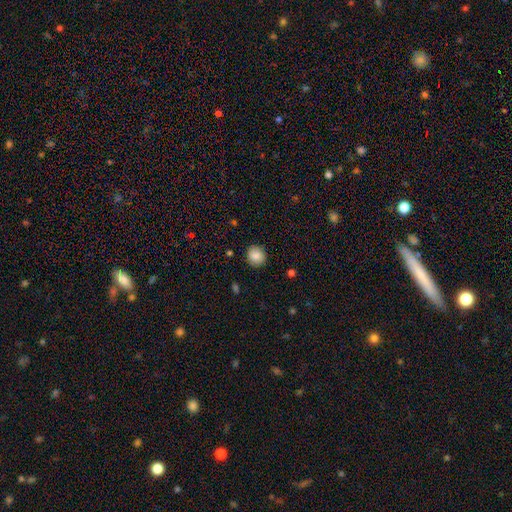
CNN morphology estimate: This appears to be a smooth galaxy with no disk features (86%) that is round (82%). Merging: none (88%).